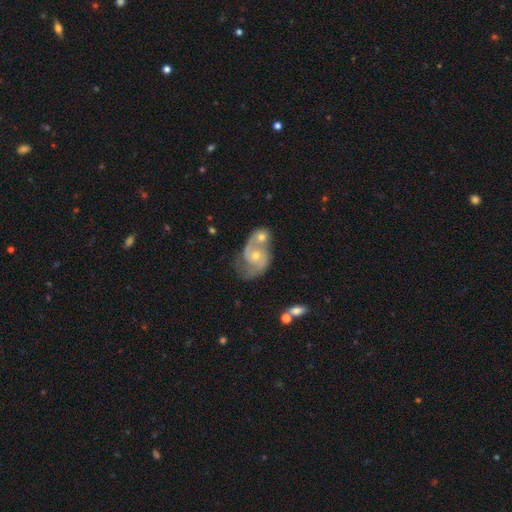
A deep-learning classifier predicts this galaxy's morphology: Smooth or featured? featured or disk (83%)
Edge-on disk? no (97%)
Bar? no (67%)
Spiral arms? yes (93%)
Spiral winding? medium (52%)
Spiral arm count? 2 (82%)
Bulge size? moderate (49%)
Merging? merger (45%)